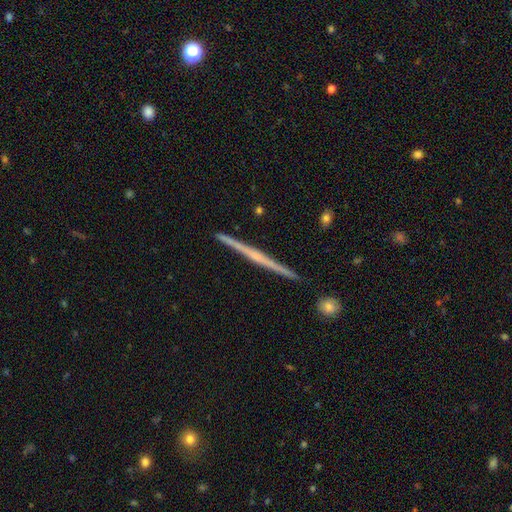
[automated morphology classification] Overall: featured or disk (72%). Edge-on disk: yes (98%). Edge-on bulge: none (51%; rounded 41%). Merging: none (92%).